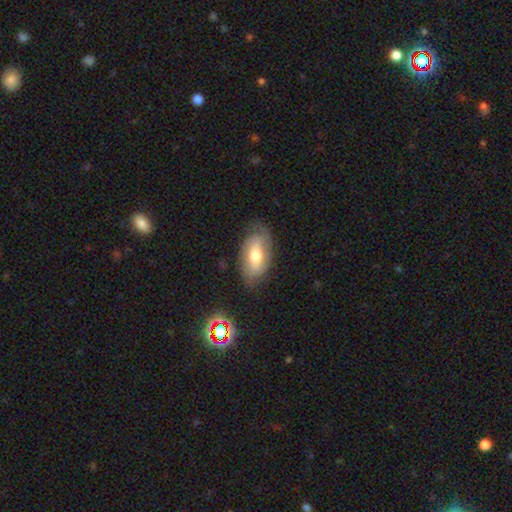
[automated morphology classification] Overall: smooth (49%; featured or disk 43%). Merging: none (69%).